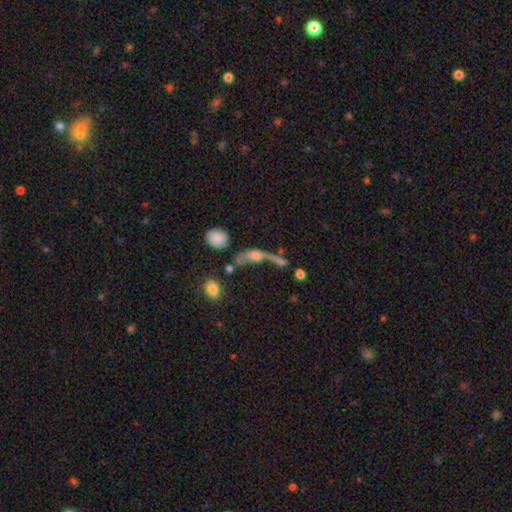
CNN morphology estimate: type=smooth (43%); merging=major disturbance (32%).